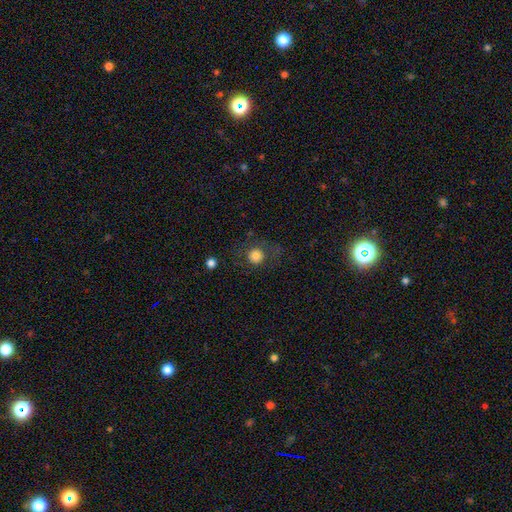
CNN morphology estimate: A smooth galaxy with no disk features (78%) that is round (91%). Merging: none (73%).